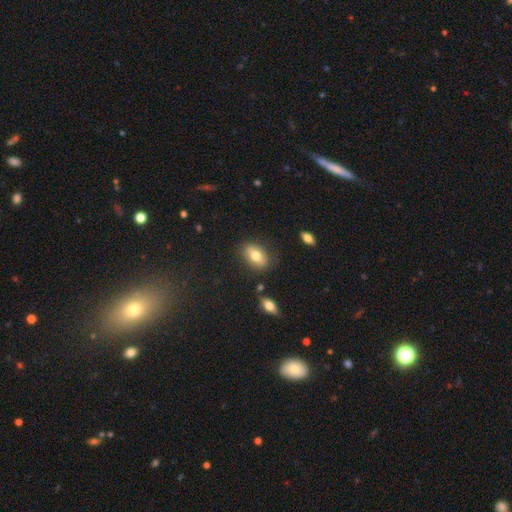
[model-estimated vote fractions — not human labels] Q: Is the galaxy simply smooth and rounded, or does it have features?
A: smooth — 71%.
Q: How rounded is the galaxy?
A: in between — 86%.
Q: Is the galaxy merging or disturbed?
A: none — 81%.